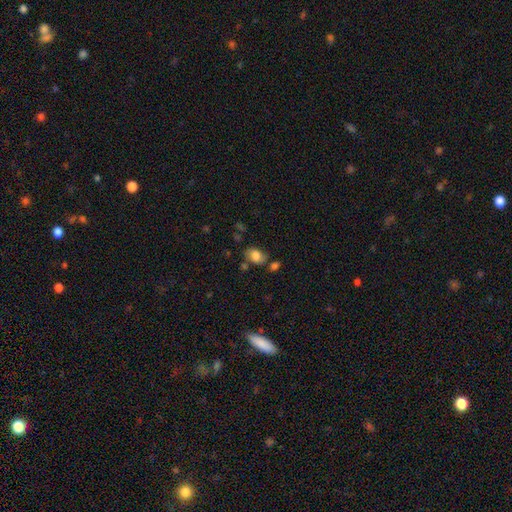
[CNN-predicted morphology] Q: Smooth or featured?
A: smooth (76%); runner-up: featured or disk (14%)
Q: How rounded?
A: in between (75%); runner-up: round (24%)
Q: Merging?
A: none (63%); runner-up: minor disturbance (20%)